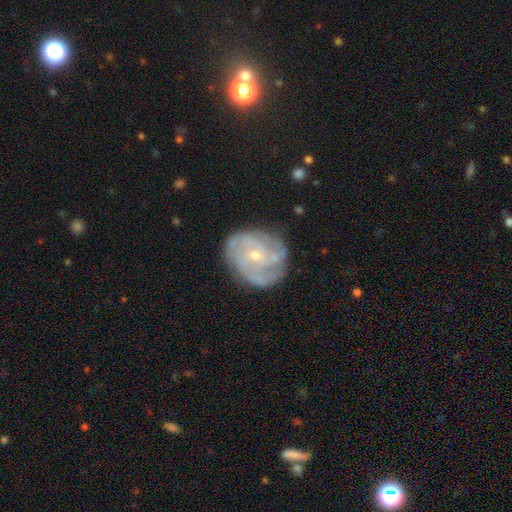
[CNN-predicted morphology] smooth_or_featured: featured or disk (p=0.79) [alt: smooth p=0.14]
disk_edge_on: no (p=0.98) [alt: yes p=0.02]
bar: no (p=0.69) [alt: weak p=0.26]
has_spiral_arms: yes (p=0.90) [alt: no p=0.10]
spiral_winding: tight (p=0.56) [alt: medium p=0.34]
spiral_arm_count: can't tell (p=0.33) [alt: 3 p=0.22]
bulge_size: small (p=0.73) [alt: moderate p=0.24]
merging: none (p=0.74) [alt: minor disturbance p=0.18]